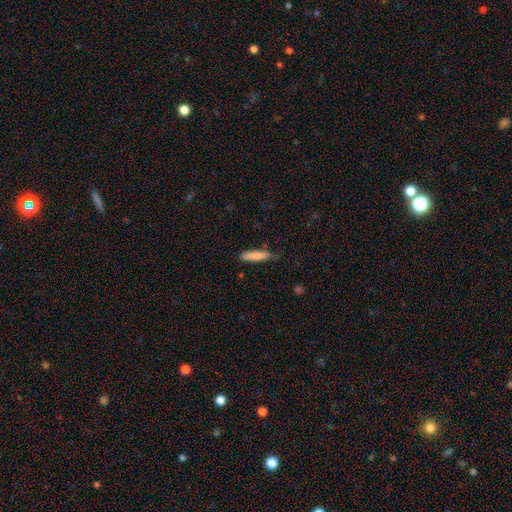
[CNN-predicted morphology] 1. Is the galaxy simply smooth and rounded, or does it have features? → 84% smooth, 10% featured or disk, 6% star or artifact.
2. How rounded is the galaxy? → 80% cigar-shaped, 18% in between, 1% round.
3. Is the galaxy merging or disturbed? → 73% none, 22% minor disturbance, 3% major disturbance, 2% merger.